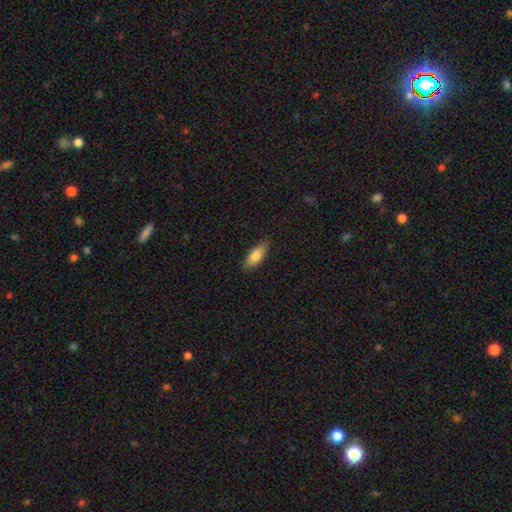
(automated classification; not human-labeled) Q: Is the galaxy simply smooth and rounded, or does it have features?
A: smooth — 80%.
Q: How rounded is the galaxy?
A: in between — 72%.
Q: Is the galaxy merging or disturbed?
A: none — 85%.